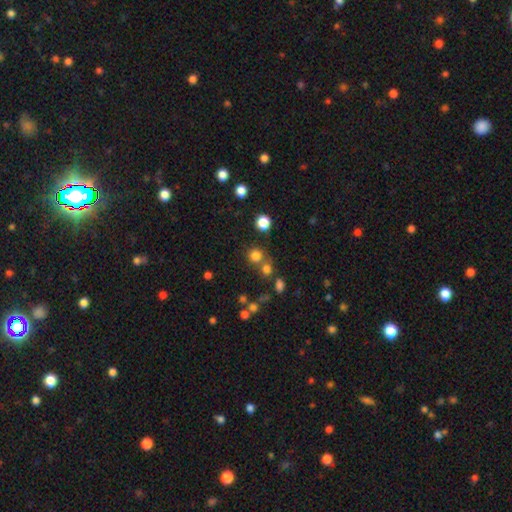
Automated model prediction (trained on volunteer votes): Smooth or featured: smooth — 75% (star or artifact — 18%)
How rounded: round — 90% (in between — 9%)
Merging: none — 67% (merger — 22%)